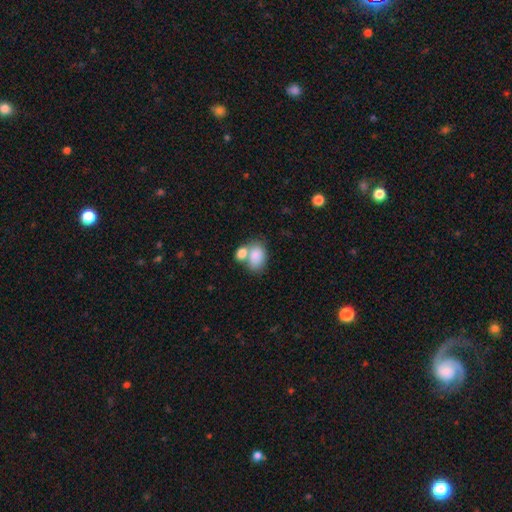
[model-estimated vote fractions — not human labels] smooth-or-featured: smooth: 82% | featured or disk: 11% | star or artifact: 7%
  how-rounded: in between: 84% | round: 15% | cigar-shaped: 1%
  merging: merger: 54% | none: 31% | minor disturbance: 10% | major disturbance: 5%